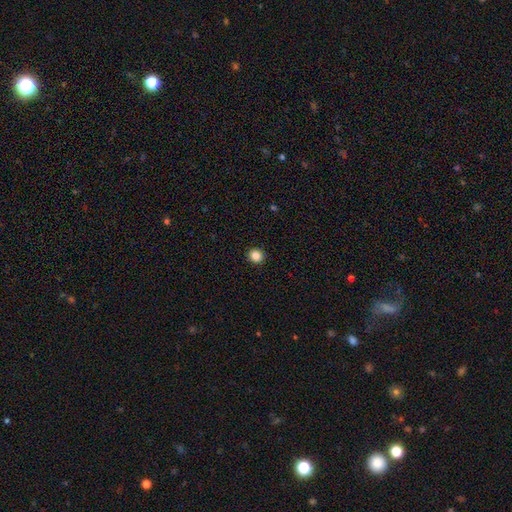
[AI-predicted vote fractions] Overall: smooth (85%). How rounded: round (90%). Merging: none (93%).